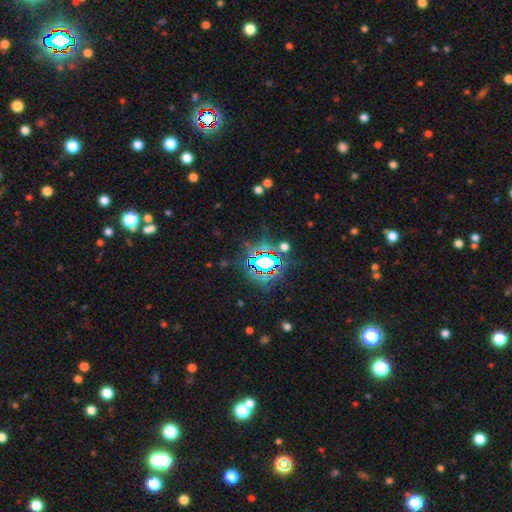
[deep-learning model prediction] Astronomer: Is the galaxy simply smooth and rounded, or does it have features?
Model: star or artifact — 76%.